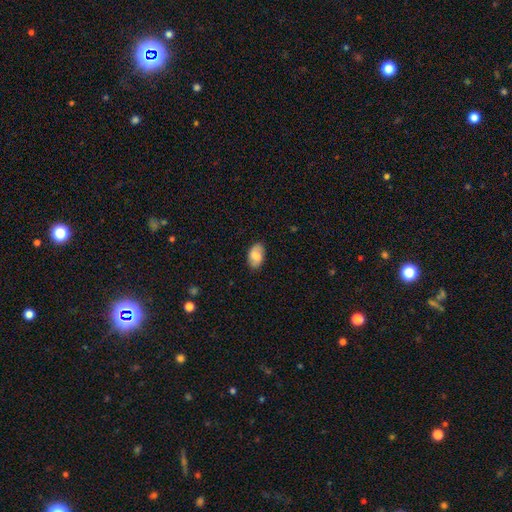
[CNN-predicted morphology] smooth_or_featured: smooth (p=0.64) [alt: featured or disk p=0.29]
how_rounded: in between (p=0.91) [alt: round p=0.07]
merging: none (p=0.84) [alt: minor disturbance p=0.12]